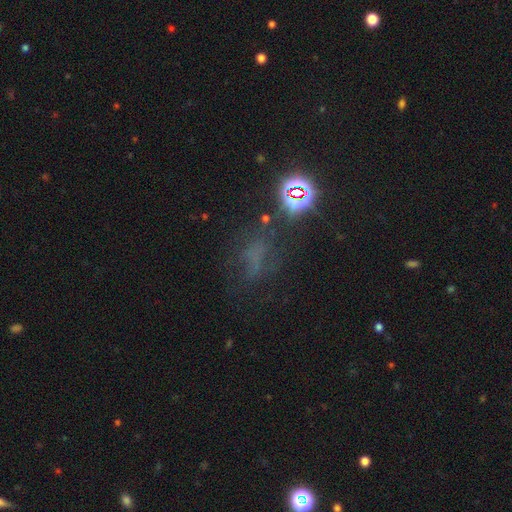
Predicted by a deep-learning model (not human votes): Morphology: type=star or artifact (47%).